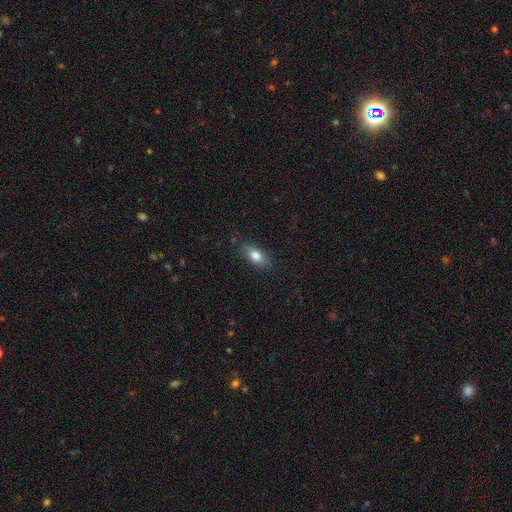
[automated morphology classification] smooth-or-featured: smooth: 78% | featured or disk: 14% | star or artifact: 8%
  how-rounded: in between: 82% | cigar-shaped: 11% | round: 7%
  merging: none: 82% | minor disturbance: 13% | major disturbance: 3% | merger: 1%